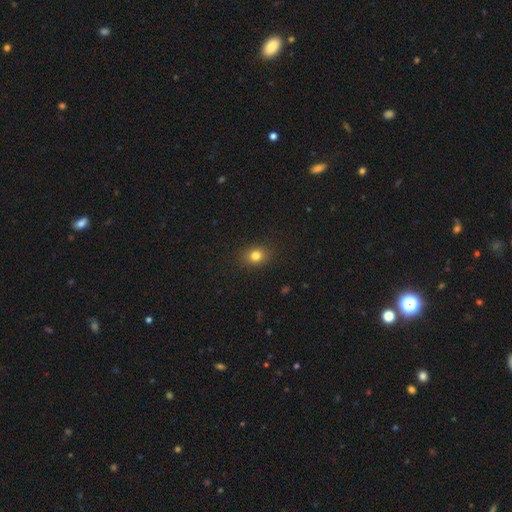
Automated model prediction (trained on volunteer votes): Smooth or featured: smooth — 81% (star or artifact — 13%)
How rounded: round — 56% (in between — 43%)
Merging: none — 88% (minor disturbance — 8%)